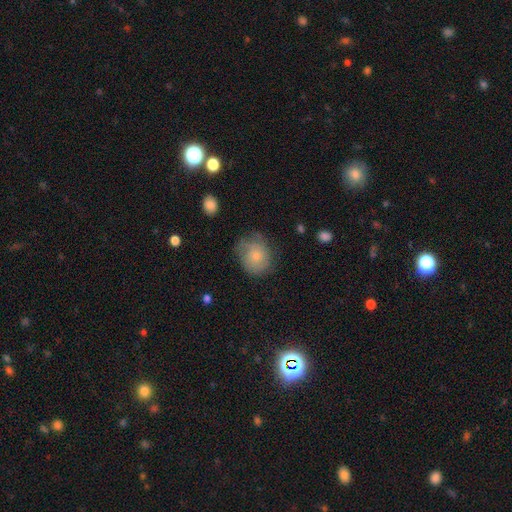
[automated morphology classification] A smooth galaxy with no disk features (62%) that is round (72%). Merging: none (59%).